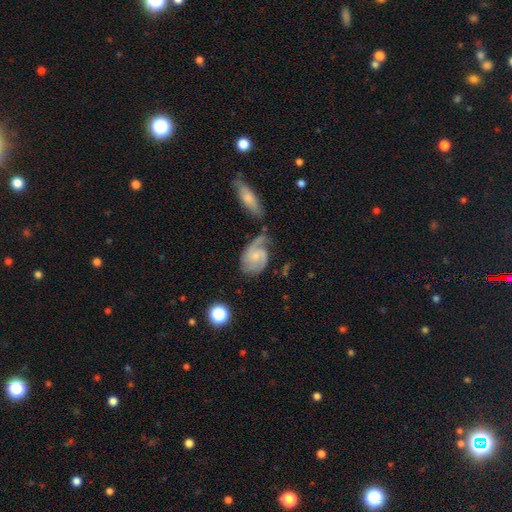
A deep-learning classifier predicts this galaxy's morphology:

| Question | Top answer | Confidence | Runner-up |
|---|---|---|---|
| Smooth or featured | featured or disk | 75% | smooth (19%) |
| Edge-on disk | no | 97% | yes (3%) |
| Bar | no | 65% | weak (31%) |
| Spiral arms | yes | 94% | no (6%) |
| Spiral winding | medium | 45% | tight (34%) |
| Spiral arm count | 2 | 52% | 1 (21%) |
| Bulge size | small | 67% | moderate (25%) |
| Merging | none | 42% | minor disturbance (26%) |